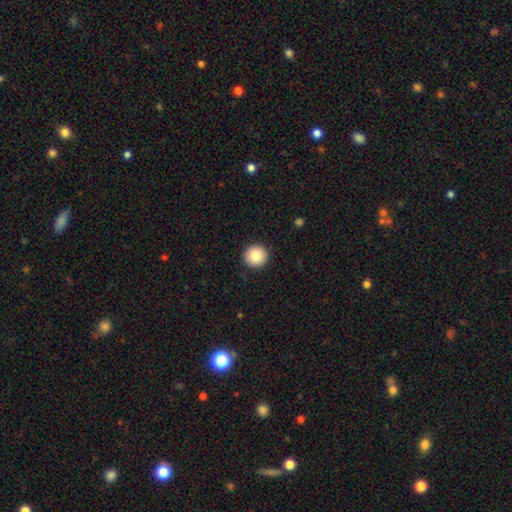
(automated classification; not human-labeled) smooth-or-featured: smooth: 86% | star or artifact: 8% | featured or disk: 6%
  how-rounded: round: 95% | in between: 4% | cigar-shaped: 1%
  merging: none: 92% | minor disturbance: 6% | major disturbance: 2% | merger: 1%